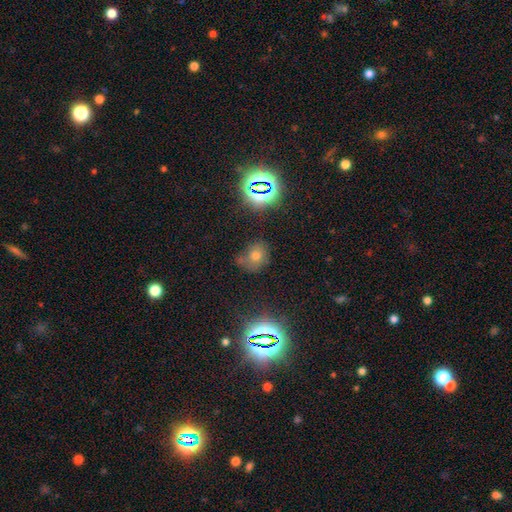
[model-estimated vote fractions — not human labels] Overall: smooth (55%; star or artifact 33%). How rounded: round (67%; in between 32%). Merging: none (64%).